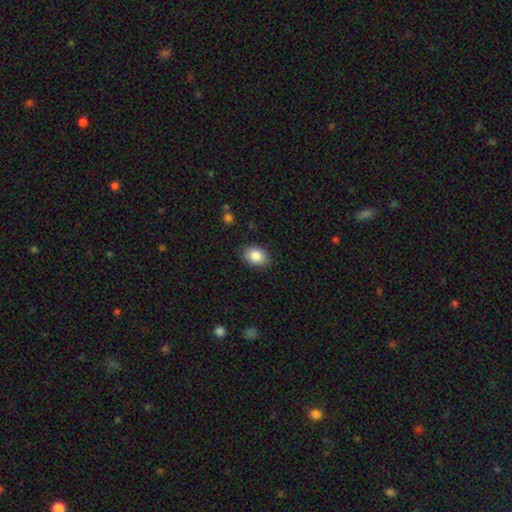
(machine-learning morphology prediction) A smooth galaxy with no disk features (86%) that is in between round and cigar-shaped (76%).

Vote fractions:
- Smooth or featured? smooth: 86% / star or artifact: 8% / featured or disk: 7%
- How rounded? in between: 76% / round: 23% / cigar-shaped: 1%
- Merging? none: 87% / minor disturbance: 10% / major disturbance: 2% / merger: 1%